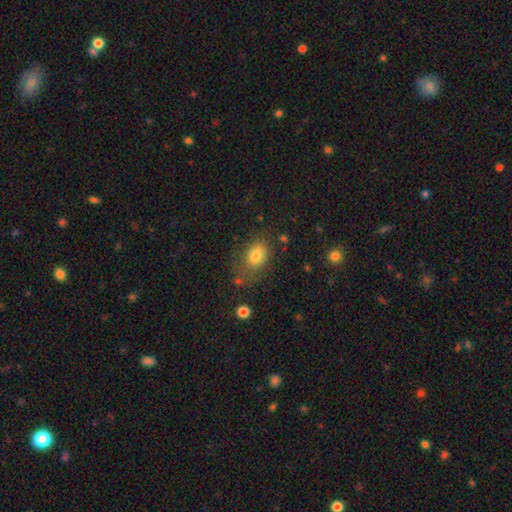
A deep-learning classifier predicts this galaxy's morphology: smooth 78%, featured or disk 12%, star or artifact 11%. Down the decision tree: how rounded — in between (76%); merging — none (62%).